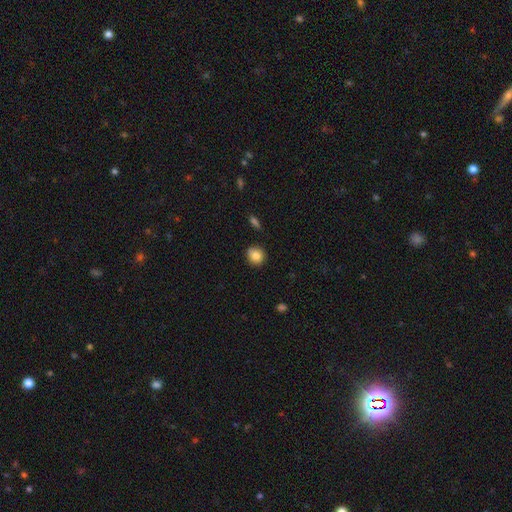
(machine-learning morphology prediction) smooth_or_featured: smooth (p=0.83) [alt: star or artifact p=0.09]
how_rounded: round (p=0.87) [alt: in between p=0.12]
merging: none (p=0.84) [alt: minor disturbance p=0.12]